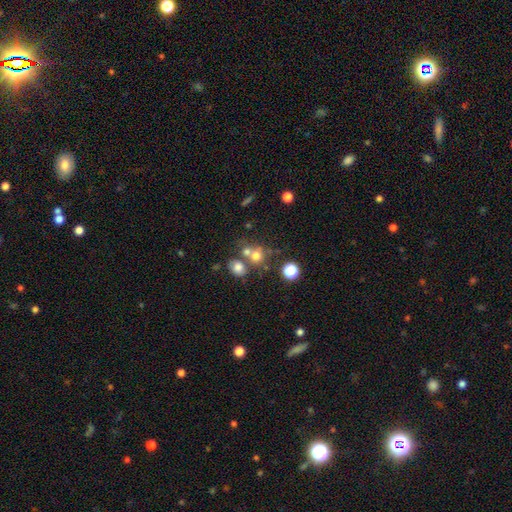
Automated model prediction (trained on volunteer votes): Q: Smooth or featured?
A: smooth (67%); runner-up: star or artifact (18%)
Q: How rounded?
A: round (77%); runner-up: in between (22%)
Q: Merging?
A: none (44%); runner-up: merger (41%)